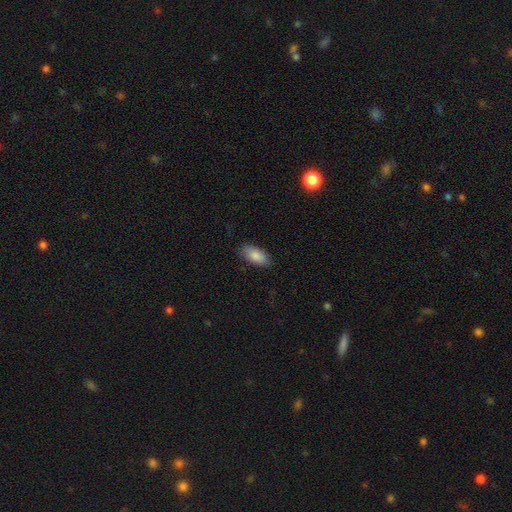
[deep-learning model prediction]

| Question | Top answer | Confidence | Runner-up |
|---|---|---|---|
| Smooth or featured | smooth | 87% | featured or disk (7%) |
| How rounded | in between | 92% | cigar-shaped (6%) |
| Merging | none | 85% | minor disturbance (11%) |